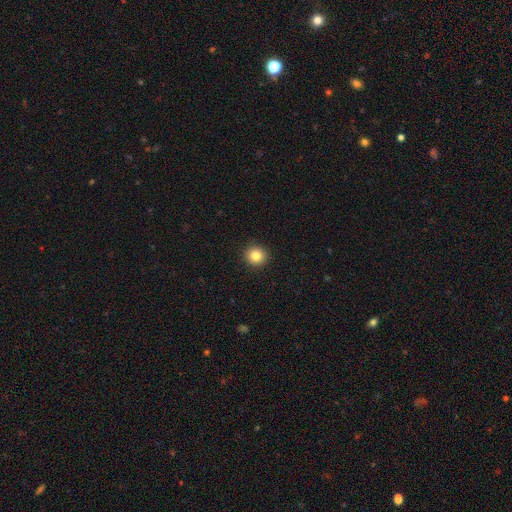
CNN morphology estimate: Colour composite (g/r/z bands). It shows a smooth galaxy with no disk features (83%) that is round (93%). Merging: none (93%).